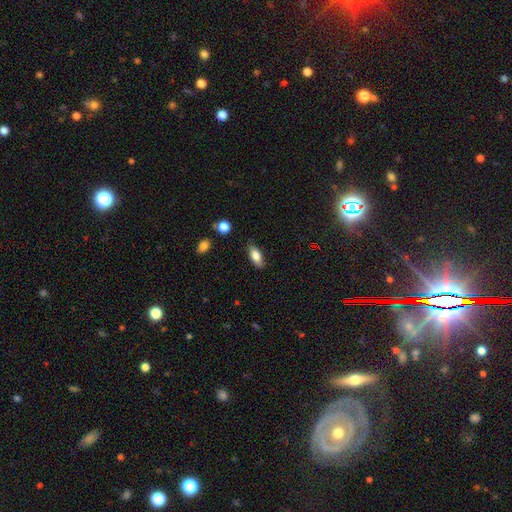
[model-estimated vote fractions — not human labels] Q: Smooth or featured?
A: smooth (79%); runner-up: featured or disk (13%)
Q: How rounded?
A: in between (83%); runner-up: cigar-shaped (14%)
Q: Merging?
A: none (81%); runner-up: minor disturbance (15%)